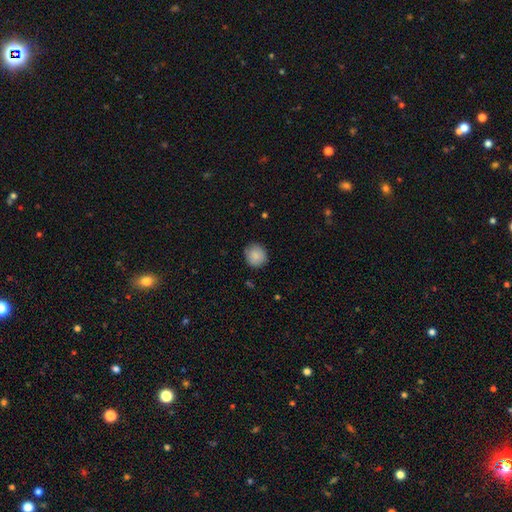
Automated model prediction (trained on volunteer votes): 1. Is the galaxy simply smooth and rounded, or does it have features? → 87% smooth, 7% star or artifact, 5% featured or disk.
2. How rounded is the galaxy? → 88% round, 11% in between, 1% cigar-shaped.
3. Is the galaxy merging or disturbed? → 86% none, 11% minor disturbance, 2% major disturbance, 1% merger.